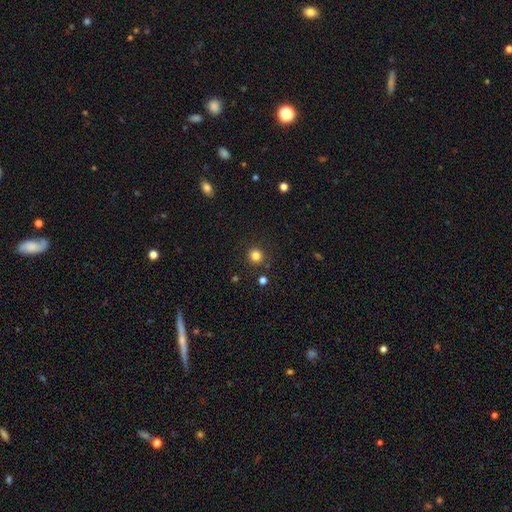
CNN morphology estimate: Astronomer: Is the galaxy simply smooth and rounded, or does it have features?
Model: smooth — 83%.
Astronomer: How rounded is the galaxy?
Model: round — 93%.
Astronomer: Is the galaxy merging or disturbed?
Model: none — 89%.